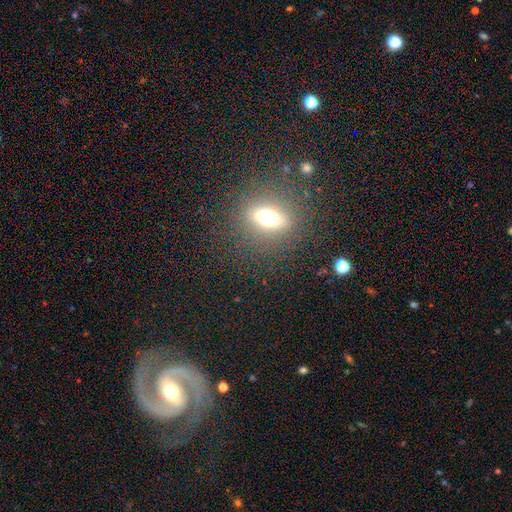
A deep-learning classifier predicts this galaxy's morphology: smooth-or-featured: featured or disk: 48% | smooth: 34% | star or artifact: 18%
  merging: none: 82% | minor disturbance: 11% | major disturbance: 4% | merger: 3%